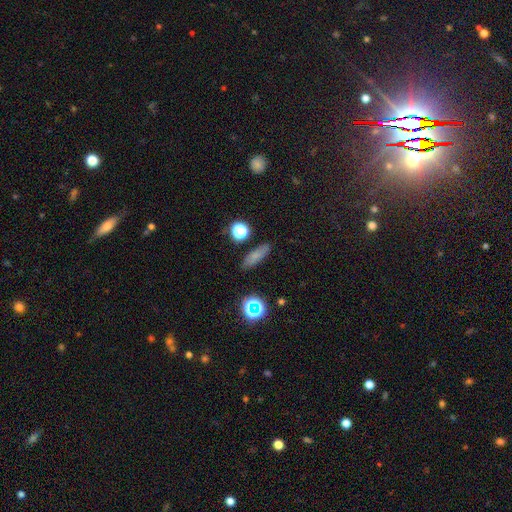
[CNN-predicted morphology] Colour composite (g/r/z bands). It shows a smooth galaxy with no disk features (72%) that is cigar-shaped (49%). Merging: none (84%).